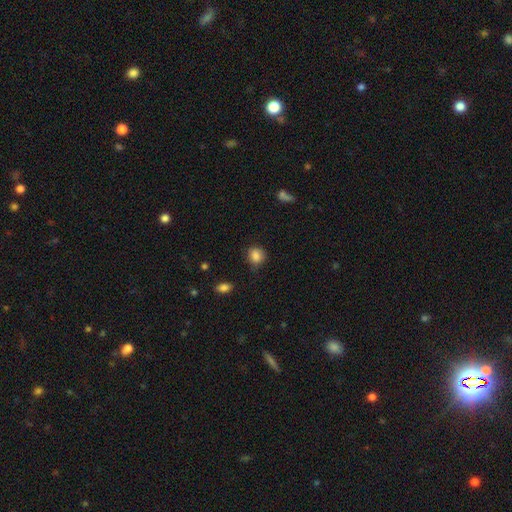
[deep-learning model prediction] A smooth galaxy with no disk features (86%) that is round (72%). Merging: none (74%).